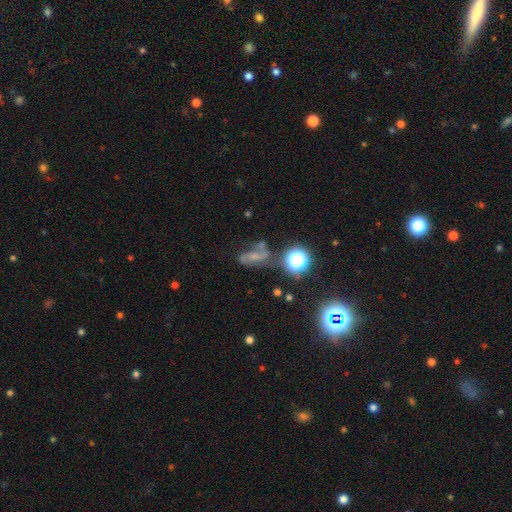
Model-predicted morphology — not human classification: This is possibly a featured or disk galaxy (50%). Merging: marginally none (44%).